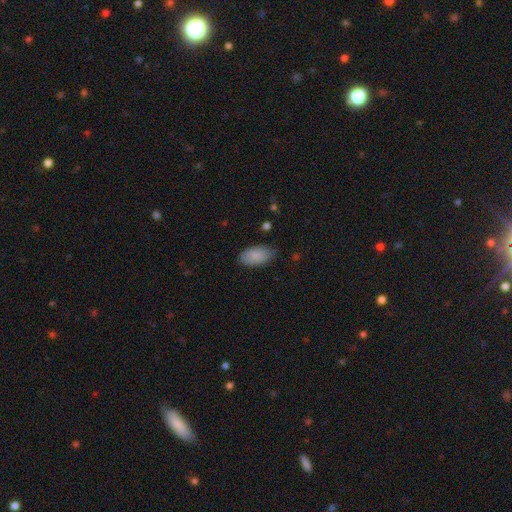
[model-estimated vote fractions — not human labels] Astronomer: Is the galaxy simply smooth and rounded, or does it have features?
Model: smooth — 88%.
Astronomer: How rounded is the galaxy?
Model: in between — 94%.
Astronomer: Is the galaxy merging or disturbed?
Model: none — 78%.